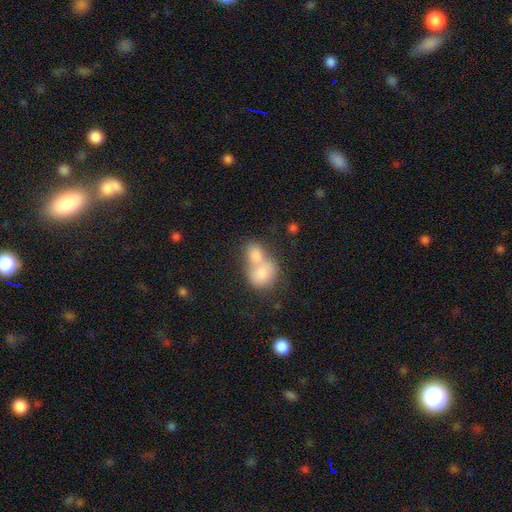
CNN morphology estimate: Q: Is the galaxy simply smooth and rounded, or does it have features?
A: smooth — 78%.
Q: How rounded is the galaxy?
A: round — 50%.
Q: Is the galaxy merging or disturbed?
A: merger — 75%.